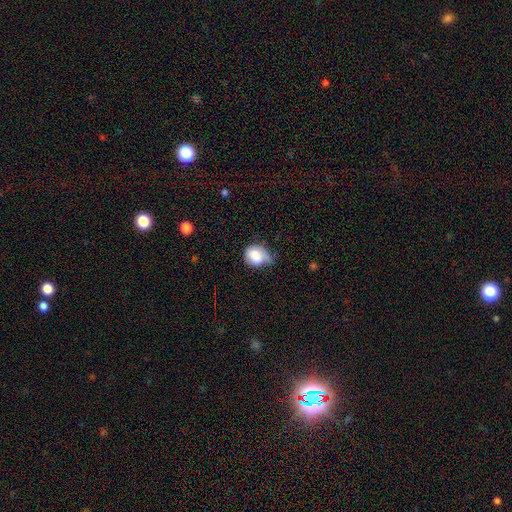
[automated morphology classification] The model was most divided on "merging": minor disturbance: 47%, none: 36%, major disturbance: 14%, merger: 4%. More confident: smooth or featured — smooth (82%); how rounded — round (58%).